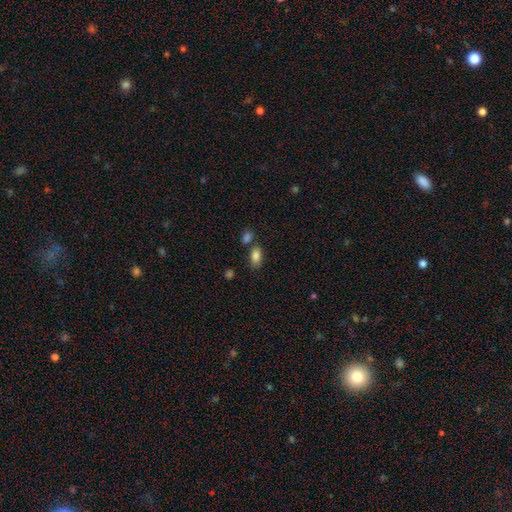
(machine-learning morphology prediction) This appears to be a smooth galaxy with no disk features (85%) that is in between round and cigar-shaped (89%). Merging: none (65%).